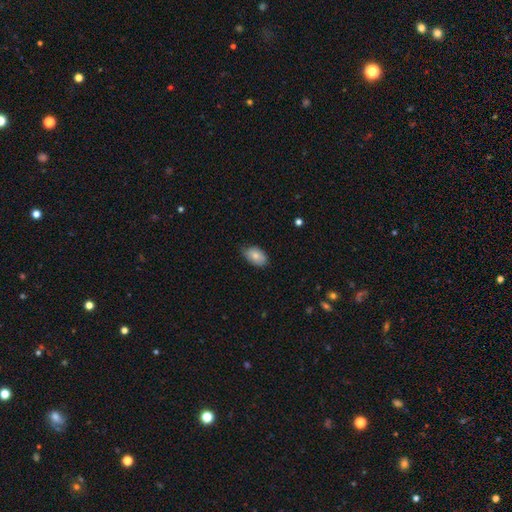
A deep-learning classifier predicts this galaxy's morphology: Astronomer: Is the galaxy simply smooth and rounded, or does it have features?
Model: smooth — 80%.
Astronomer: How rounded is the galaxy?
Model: in between — 91%.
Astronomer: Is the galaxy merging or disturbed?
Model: none — 68%.